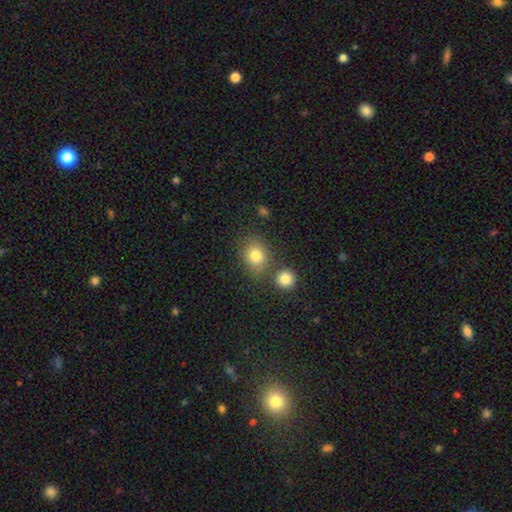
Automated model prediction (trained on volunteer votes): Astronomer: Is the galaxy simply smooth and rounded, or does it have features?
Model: smooth — 80%.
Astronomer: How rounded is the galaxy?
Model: round — 64%.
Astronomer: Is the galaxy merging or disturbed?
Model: none — 69%.